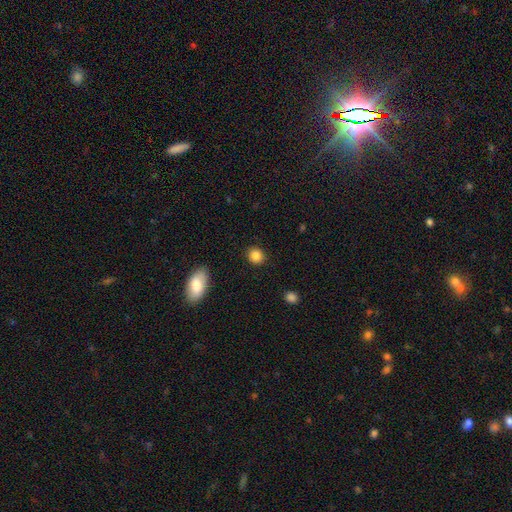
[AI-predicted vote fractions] Q: Smooth or featured?
A: smooth (86%); runner-up: star or artifact (10%)
Q: How rounded?
A: round (81%); runner-up: in between (18%)
Q: Merging?
A: none (89%); runner-up: minor disturbance (7%)